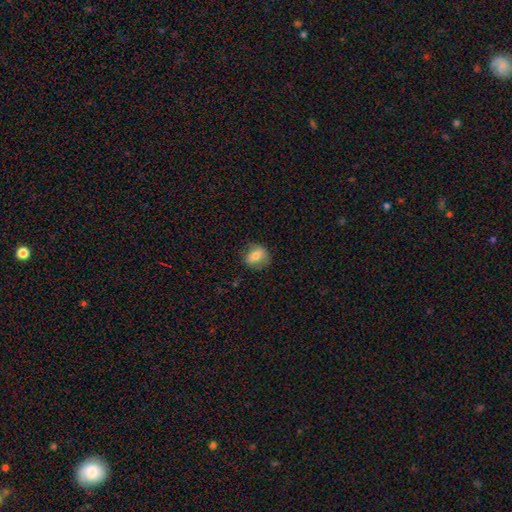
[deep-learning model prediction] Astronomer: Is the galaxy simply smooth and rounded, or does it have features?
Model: smooth — 72%.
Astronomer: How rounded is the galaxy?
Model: round — 58% (runner-up: in between, 40%).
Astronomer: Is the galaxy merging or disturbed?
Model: none — 74%.